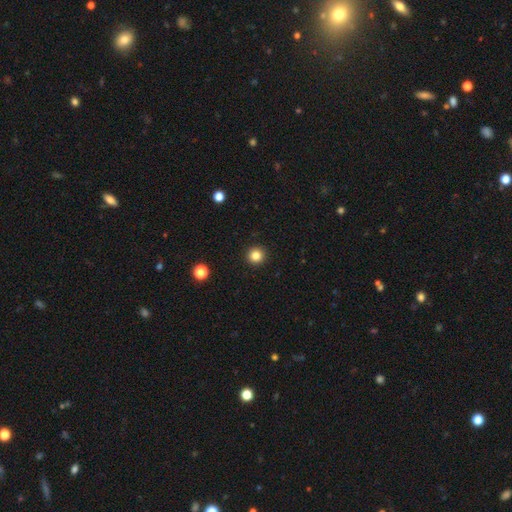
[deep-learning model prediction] Q: Smooth or featured?
A: smooth (84%); runner-up: star or artifact (12%)
Q: How rounded?
A: round (96%); runner-up: in between (3%)
Q: Merging?
A: none (93%); runner-up: minor disturbance (4%)